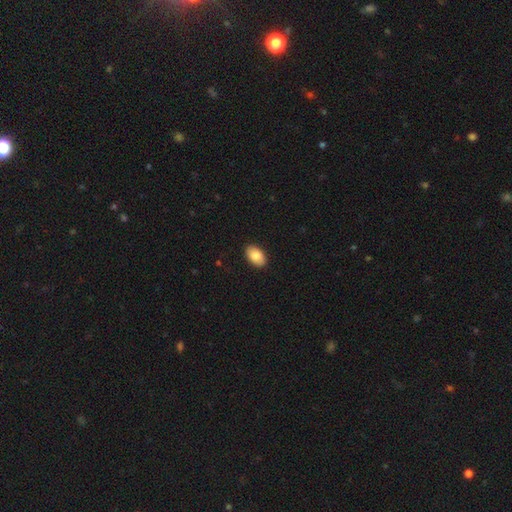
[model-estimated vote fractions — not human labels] A smooth galaxy with no disk features (86%) that is in between round and cigar-shaped (93%).

Vote fractions:
- Smooth or featured? smooth: 86% / featured or disk: 7% / star or artifact: 6%
- How rounded? in between: 93% / round: 6% / cigar-shaped: 1%
- Merging? none: 90% / minor disturbance: 8% / major disturbance: 2% / merger: 1%